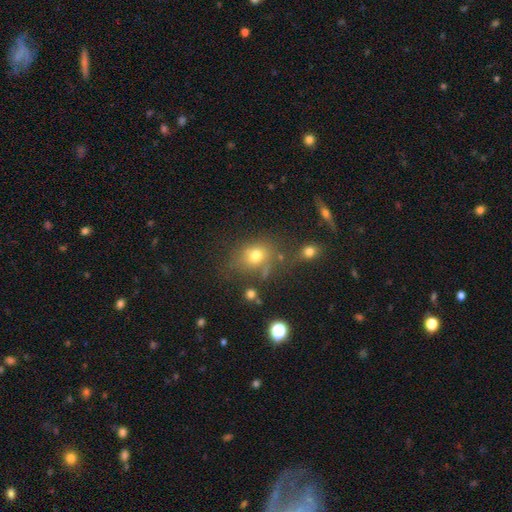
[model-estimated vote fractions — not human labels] Smooth or featured: smooth — 72% (star or artifact — 17%)
How rounded: round — 55% (in between — 44%)
Merging: none — 60% (minor disturbance — 18%)